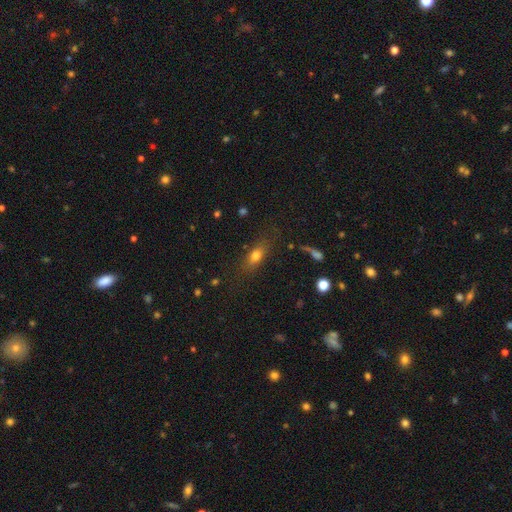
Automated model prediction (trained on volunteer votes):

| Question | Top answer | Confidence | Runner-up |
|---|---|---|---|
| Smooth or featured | smooth | 73% | featured or disk (16%) |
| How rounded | in between | 67% | cigar-shaped (21%) |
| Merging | none | 73% | minor disturbance (16%) |